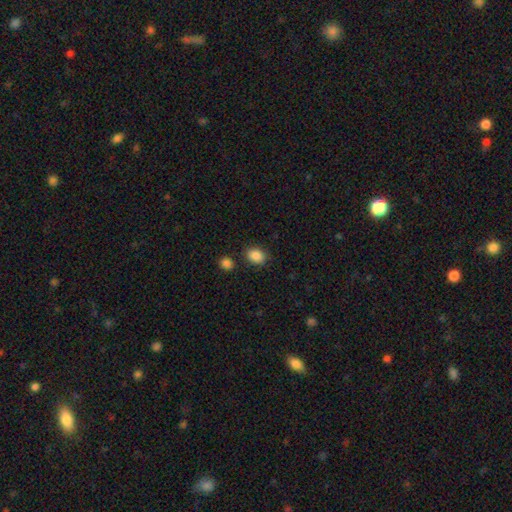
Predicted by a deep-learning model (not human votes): smooth-or-featured: smooth: 88% | star or artifact: 9% | featured or disk: 3%
  how-rounded: in between: 64% | round: 35% | cigar-shaped: 1%
  merging: none: 83% | minor disturbance: 10% | merger: 5% | major disturbance: 3%